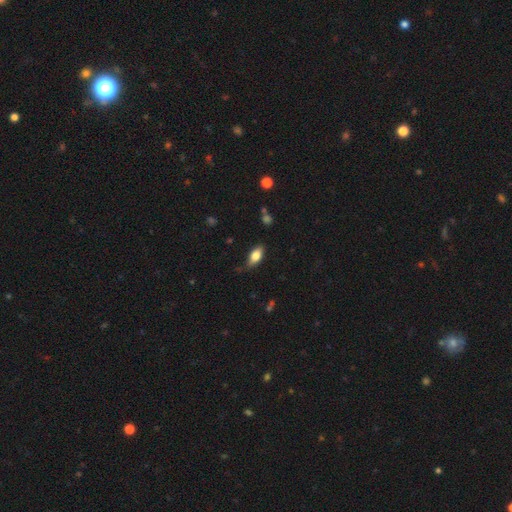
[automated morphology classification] A smooth galaxy with no disk features (76%) that is in between round and cigar-shaped (85%).

Vote fractions:
- Smooth or featured? smooth: 76% / featured or disk: 17% / star or artifact: 7%
- How rounded? in between: 85% / cigar-shaped: 11% / round: 4%
- Merging? none: 70% / minor disturbance: 23% / major disturbance: 5% / merger: 2%